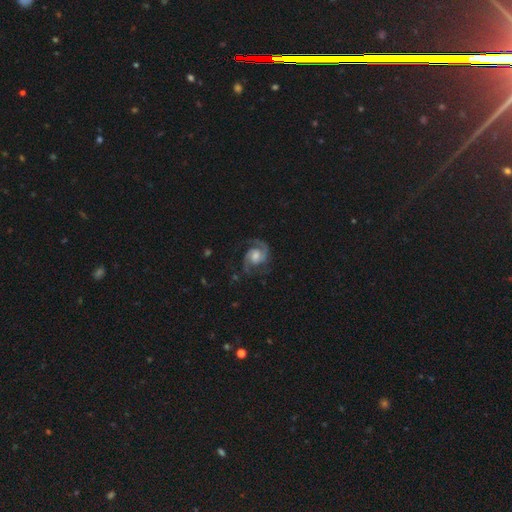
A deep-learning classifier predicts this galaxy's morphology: Smooth or featured? featured or disk (91%)
Edge-on disk? no (98%)
Bar? no (55%)
Spiral arms? yes (98%)
Spiral winding? medium (57%)
Spiral arm count? 2 (92%)
Bulge size? moderate (56%)
Merging? none (78%)